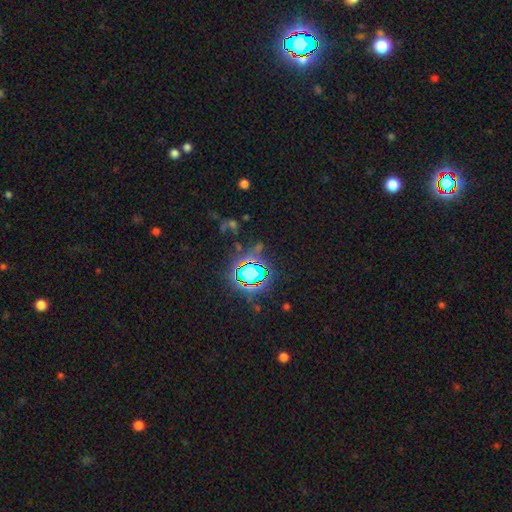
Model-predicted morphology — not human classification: A star or artifact, not a galaxy (83%).